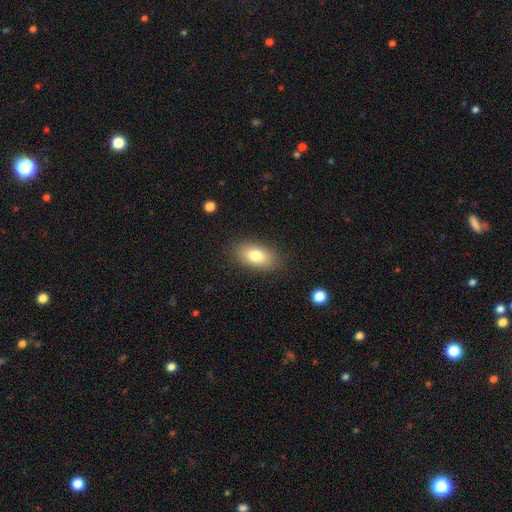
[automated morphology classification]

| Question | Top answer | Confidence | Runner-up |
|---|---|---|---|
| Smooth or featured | smooth | 79% | featured or disk (13%) |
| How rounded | in between | 90% | round (6%) |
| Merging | none | 86% | minor disturbance (10%) |